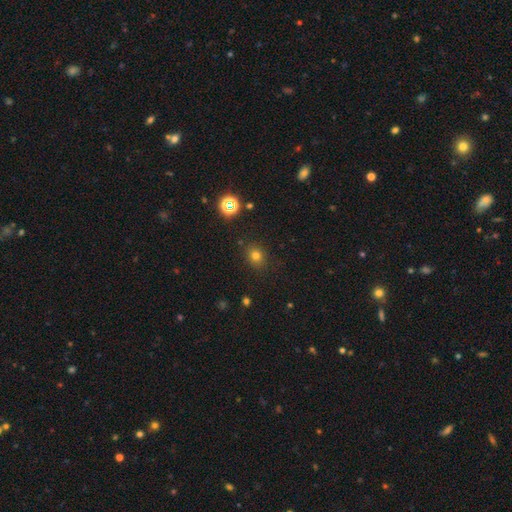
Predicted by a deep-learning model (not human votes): Q: Smooth or featured?
A: smooth (73%); runner-up: star or artifact (19%)
Q: How rounded?
A: round (73%); runner-up: in between (26%)
Q: Merging?
A: none (86%); runner-up: minor disturbance (9%)